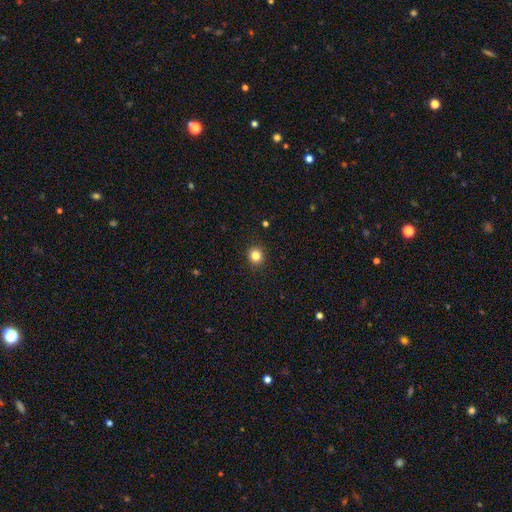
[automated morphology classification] A smooth galaxy with no disk features (83%) that is round (88%). Merging: none (92%).